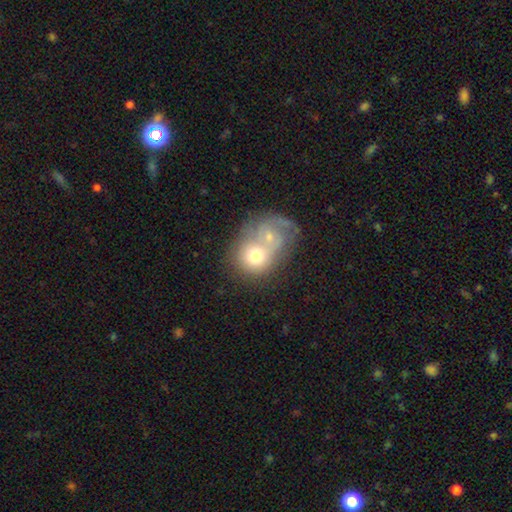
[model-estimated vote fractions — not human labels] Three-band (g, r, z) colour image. It shows a smooth galaxy with no disk features (59%) that is round (71%). Merging: merger (67%).